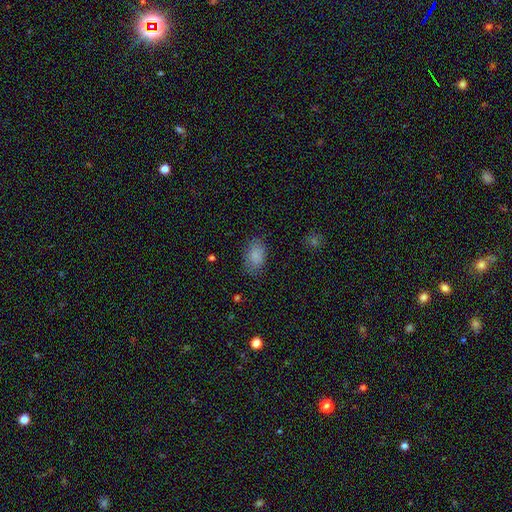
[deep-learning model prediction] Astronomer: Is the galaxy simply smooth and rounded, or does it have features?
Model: smooth — 84%.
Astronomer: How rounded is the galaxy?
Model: in between — 87%.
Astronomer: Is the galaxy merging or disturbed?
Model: none — 78%.